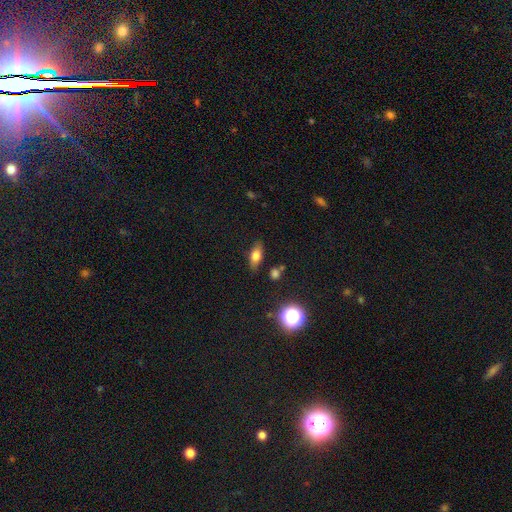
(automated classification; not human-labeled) smooth 71%, featured or disk 17%, star or artifact 11%. Down the decision tree: how rounded — in between (76%); merging — none (82%).